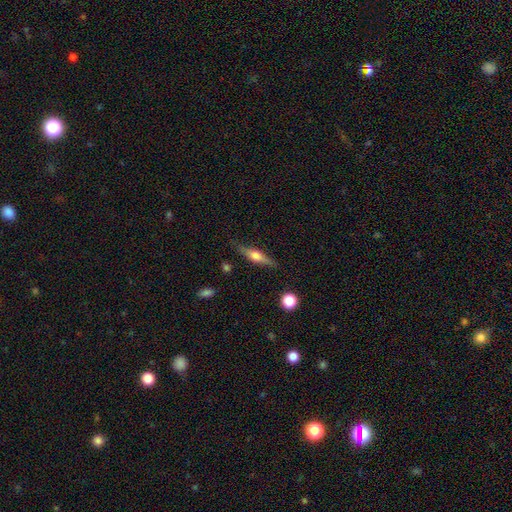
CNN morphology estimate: featured or disk 65%, smooth 28%, star or artifact 6%. Down the decision tree: edge-on disk — yes (96%); edge-on bulge — rounded (90%); merging — none (84%).